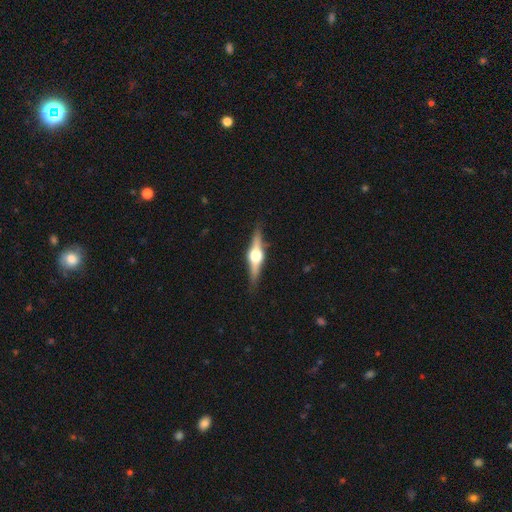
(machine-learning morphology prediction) This appears to be a featured or disk galaxy (78%) viewed edge-on (97%) with a rounded central bulge (95%). Merging: none (88%).